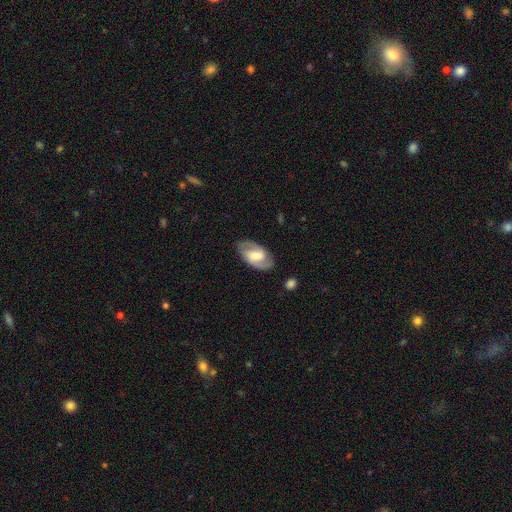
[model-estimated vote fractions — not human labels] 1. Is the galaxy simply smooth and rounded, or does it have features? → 72% featured or disk, 23% smooth, 6% star or artifact.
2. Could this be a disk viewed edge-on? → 95% no, 5% yes.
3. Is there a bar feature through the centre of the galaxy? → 47% weak, 27% no, 26% strong.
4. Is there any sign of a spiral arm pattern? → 88% yes, 12% no.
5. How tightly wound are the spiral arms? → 49% medium, 33% tight, 18% loose.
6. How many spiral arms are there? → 86% 2, 8% can't tell, 3% 1, 2% 3, 1% 4, 1% more than 4.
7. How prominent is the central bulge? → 50% moderate, 26% small, 17% large, 5% none, 2% dominant.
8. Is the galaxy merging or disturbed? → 81% none, 13% minor disturbance, 4% major disturbance, 1% merger.